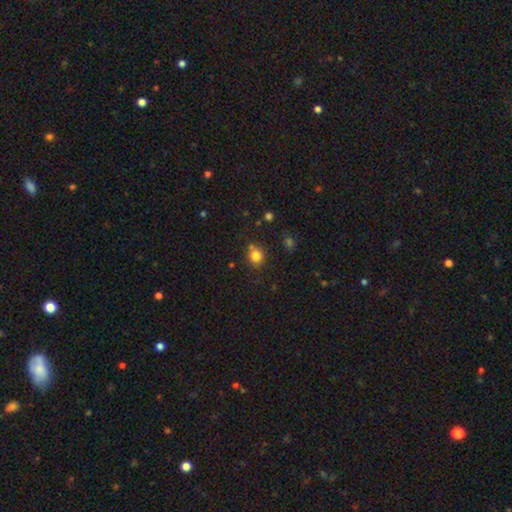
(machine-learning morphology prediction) Smooth or featured: smooth — 81% (star or artifact — 13%)
How rounded: round — 79% (in between — 20%)
Merging: none — 70% (minor disturbance — 14%)